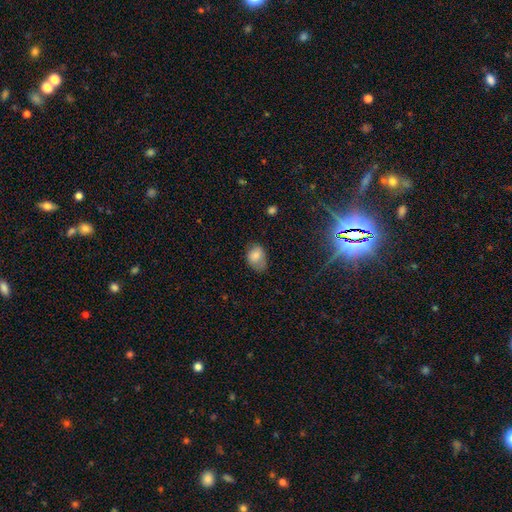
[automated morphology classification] smooth_or_featured: smooth (p=0.79) [alt: featured or disk p=0.11]
how_rounded: in between (p=0.74) [alt: round p=0.25]
merging: none (p=0.52) [alt: minor disturbance p=0.35]